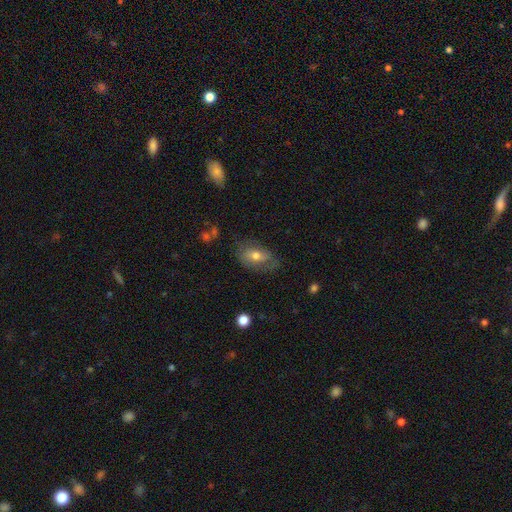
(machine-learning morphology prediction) The model was most divided on "smooth or featured": smooth: 51%, featured or disk: 40%, star or artifact: 10%. More confident: how rounded — in between (86%); merging — none (60%).